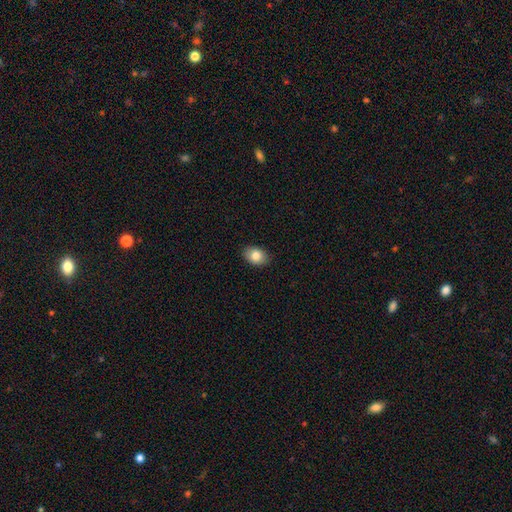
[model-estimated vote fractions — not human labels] Morphology: type=smooth (83%); roundness=in between (75%); merging=none (88%).